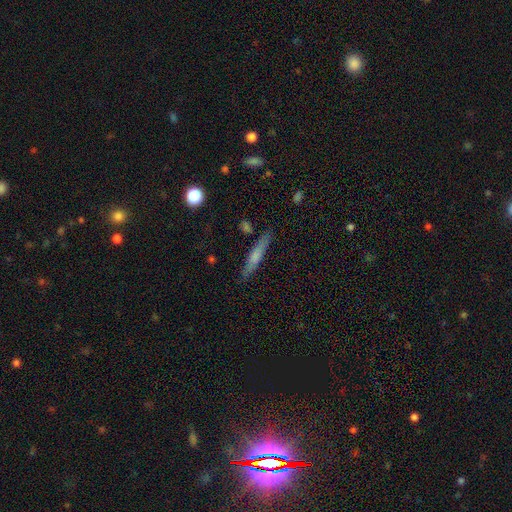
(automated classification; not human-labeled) Morphology: type=smooth (55%); roundness=cigar-shaped (92%); merging=none (85%).